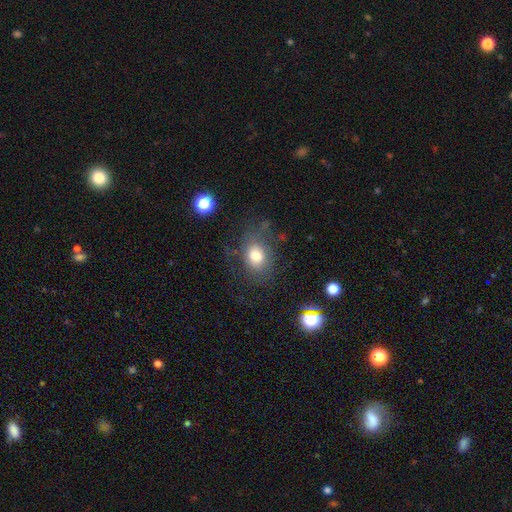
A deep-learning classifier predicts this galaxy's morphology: smooth_or_featured: smooth (p=0.68) [alt: featured or disk p=0.21]
how_rounded: in between (p=0.63) [alt: round p=0.36]
merging: none (p=0.62) [alt: minor disturbance p=0.20]